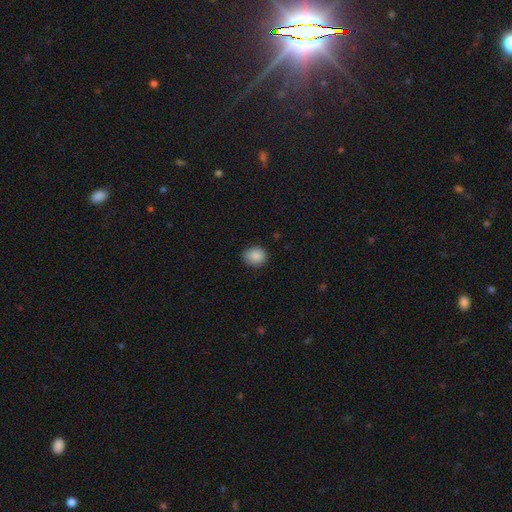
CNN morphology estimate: The model was most divided on "how rounded": round: 68%, in between: 31%, cigar-shaped: 1%. More confident: smooth or featured — smooth (88%); merging — none (83%).